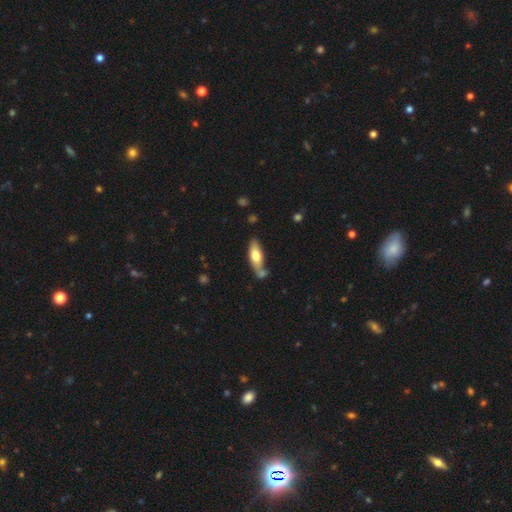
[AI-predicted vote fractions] smooth-or-featured: smooth: 63% | featured or disk: 31% | star or artifact: 6%
  how-rounded: in between: 58% | cigar-shaped: 39% | round: 2%
  merging: none: 54% | merger: 23% | minor disturbance: 18% | major disturbance: 5%